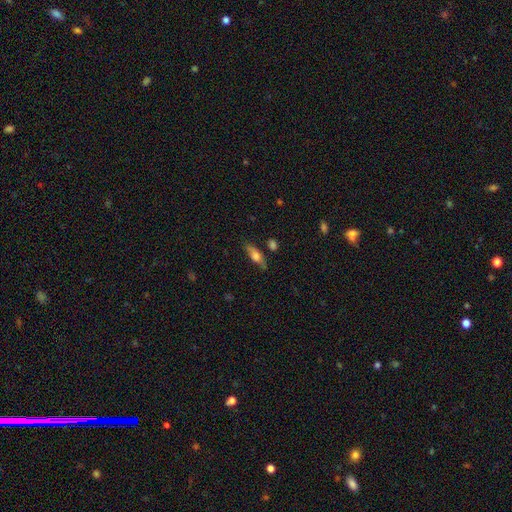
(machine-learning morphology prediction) smooth-or-featured: smooth: 63% | featured or disk: 29% | star or artifact: 8%
  how-rounded: in between: 55% | cigar-shaped: 42% | round: 4%
  merging: none: 73% | minor disturbance: 19% | major disturbance: 5% | merger: 4%